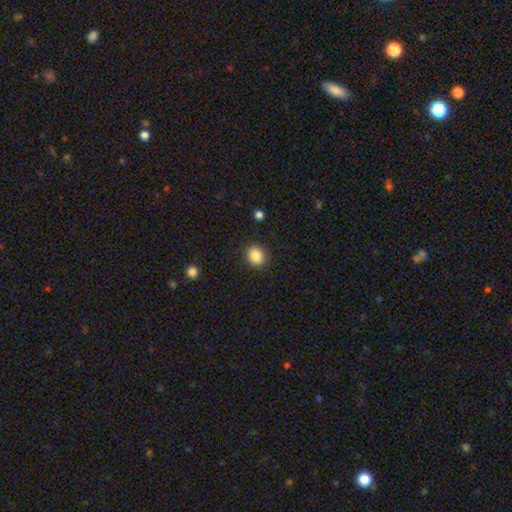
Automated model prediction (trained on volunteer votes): A smooth galaxy with no disk features (87%) that is round (75%).

Vote fractions:
- Smooth or featured? smooth: 87% / star or artifact: 9% / featured or disk: 4%
- How rounded? round: 75% / in between: 25% / cigar-shaped: 1%
- Merging? none: 88% / minor disturbance: 8% / major disturbance: 3% / merger: 1%